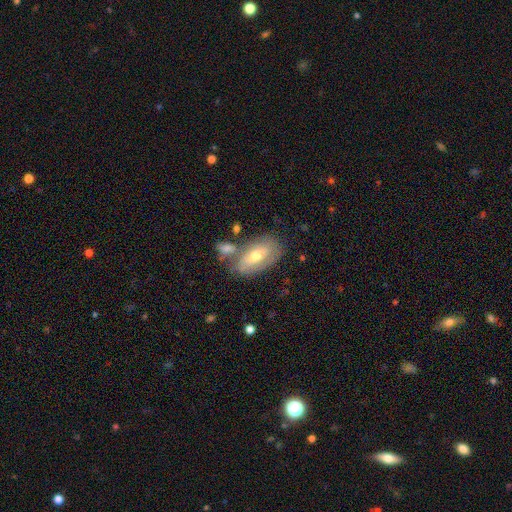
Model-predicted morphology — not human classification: Smooth or featured? featured or disk (47%)
Merging? none (57%)